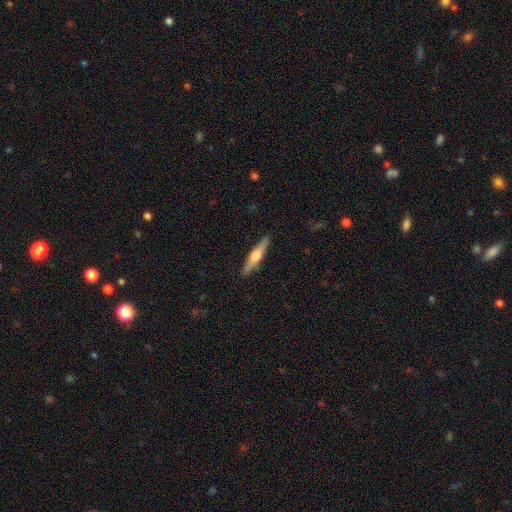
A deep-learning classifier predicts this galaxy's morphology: A featured or disk galaxy (54%) viewed edge-on (96%) with a rounded central bulge (89%).

Vote fractions:
- Smooth or featured? featured or disk: 54% / smooth: 40% / star or artifact: 5%
- Edge-on disk? yes: 96% / no: 4%
- Edge-on bulge? rounded: 89% / boxy: 7% / none: 4%
- Merging? none: 90% / minor disturbance: 8% / major disturbance: 2% / merger: 1%